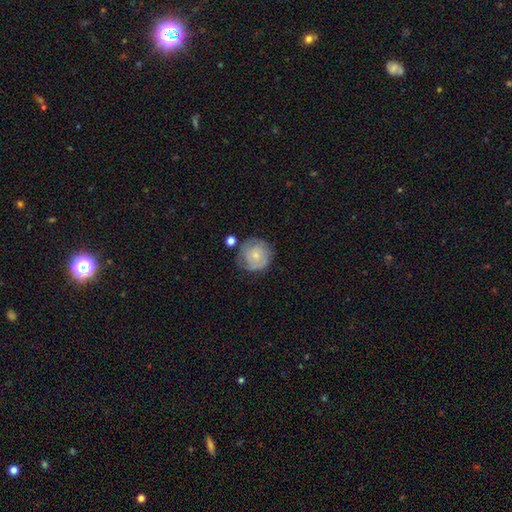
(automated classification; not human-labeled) Overall: smooth (55%; featured or disk 37%). How rounded: round (91%). Merging: none (62%; minor disturbance 23%).